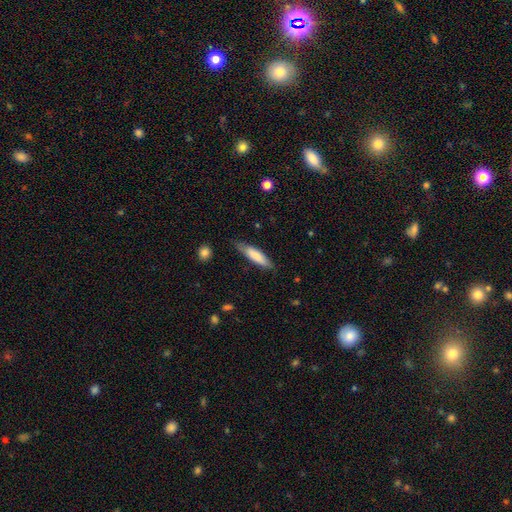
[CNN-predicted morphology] smooth-or-featured: smooth: 73% | featured or disk: 21% | star or artifact: 6%
  how-rounded: cigar-shaped: 71% | in between: 28% | round: 1%
  merging: none: 77% | minor disturbance: 18% | major disturbance: 4% | merger: 1%